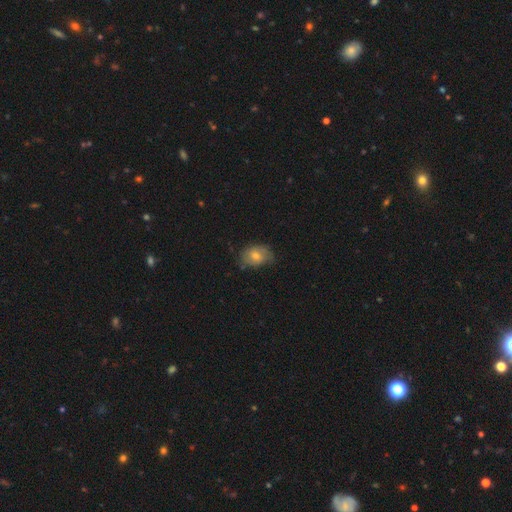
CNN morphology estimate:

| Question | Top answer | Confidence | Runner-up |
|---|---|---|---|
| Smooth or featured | smooth | 63% | featured or disk (26%) |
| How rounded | in between | 68% | round (31%) |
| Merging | none | 59% | minor disturbance (31%) |